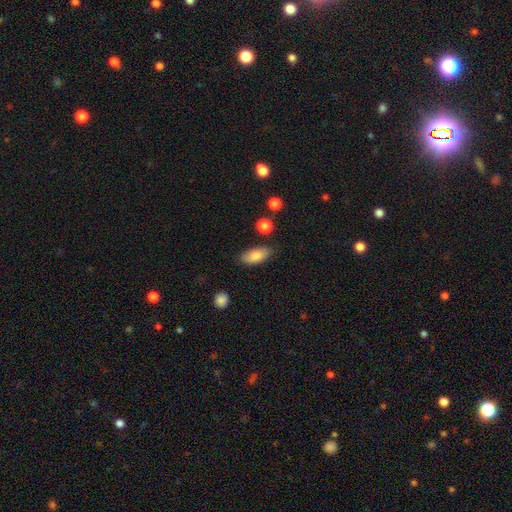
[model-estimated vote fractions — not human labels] Smooth or featured? smooth (83%)
How rounded? in between (86%)
Merging? none (80%)